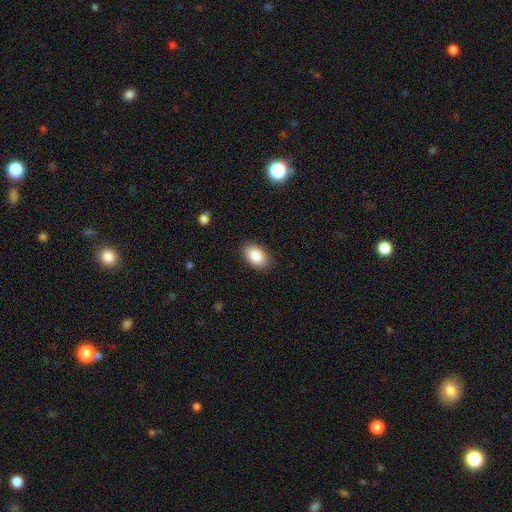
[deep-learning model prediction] A smooth galaxy with no disk features (87%) that is in between round and cigar-shaped (90%).

Vote fractions:
- Smooth or featured? smooth: 87% / star or artifact: 7% / featured or disk: 6%
- How rounded? in between: 90% / round: 9% / cigar-shaped: 1%
- Merging? none: 88% / minor disturbance: 9% / major disturbance: 2% / merger: 1%